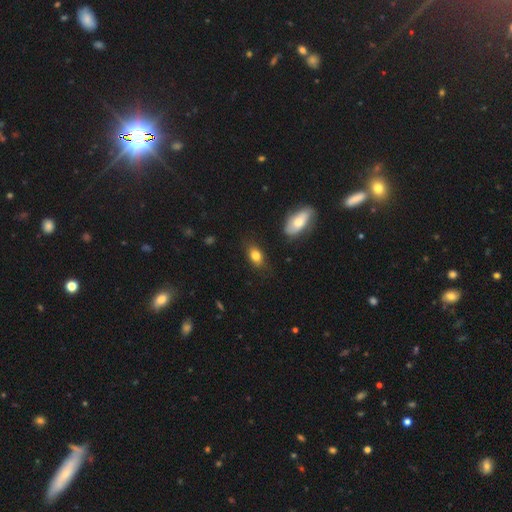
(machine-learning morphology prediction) Smooth or featured?
  - smooth: 81% *
  - featured or disk: 11%
  - star or artifact: 9%
How rounded?
  - in between: 83% *
  - round: 13%
  - cigar-shaped: 4%
Merging?
  - none: 80% *
  - minor disturbance: 14%
  - major disturbance: 3%
  - merger: 2%